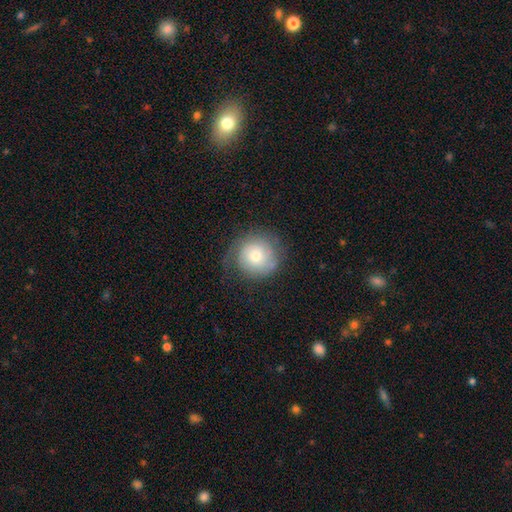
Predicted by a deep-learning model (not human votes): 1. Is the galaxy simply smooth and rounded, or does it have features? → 59% smooth, 32% featured or disk, 8% star or artifact.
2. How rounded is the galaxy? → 91% round, 8% in between, 1% cigar-shaped.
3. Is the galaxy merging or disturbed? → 65% none, 22% minor disturbance, 11% major disturbance, 1% merger.